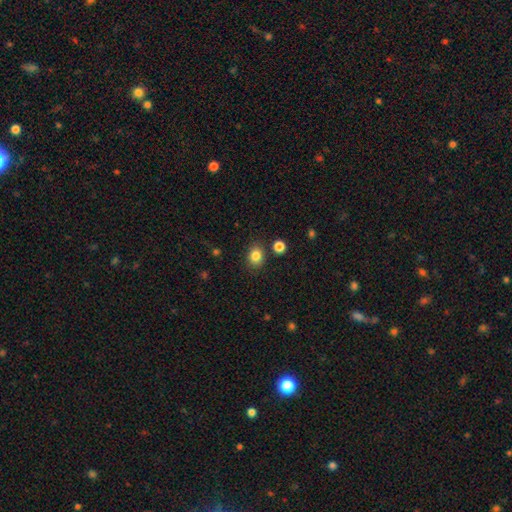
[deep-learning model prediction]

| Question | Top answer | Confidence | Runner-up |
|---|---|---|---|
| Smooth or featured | smooth | 84% | star or artifact (11%) |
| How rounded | round | 59% | in between (40%) |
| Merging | none | 83% | minor disturbance (10%) |